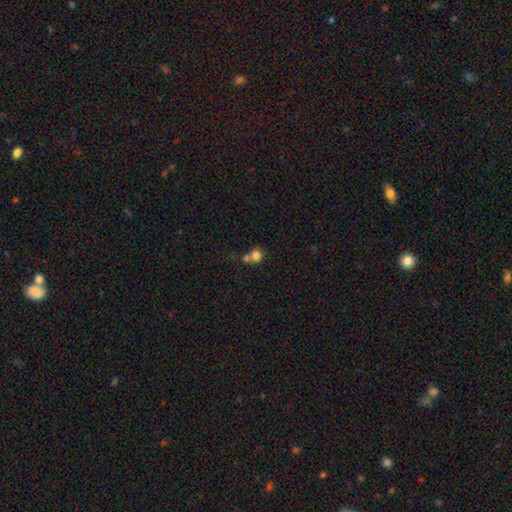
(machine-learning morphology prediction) A smooth galaxy with no disk features (79%) that is round (81%). Merging: merger (49%).